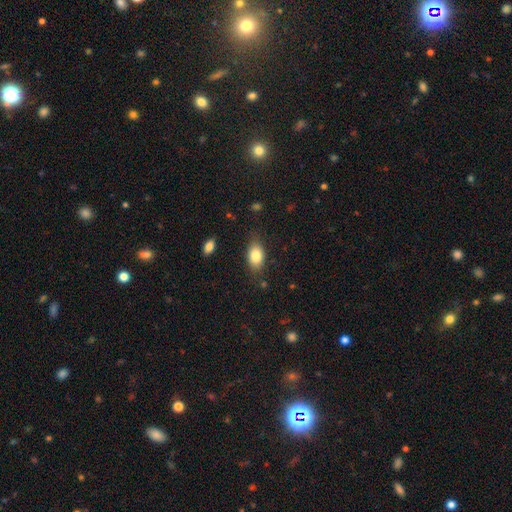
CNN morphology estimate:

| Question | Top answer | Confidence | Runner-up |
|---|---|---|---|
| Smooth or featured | smooth | 84% | featured or disk (9%) |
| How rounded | in between | 89% | round (8%) |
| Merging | none | 79% | minor disturbance (16%) |